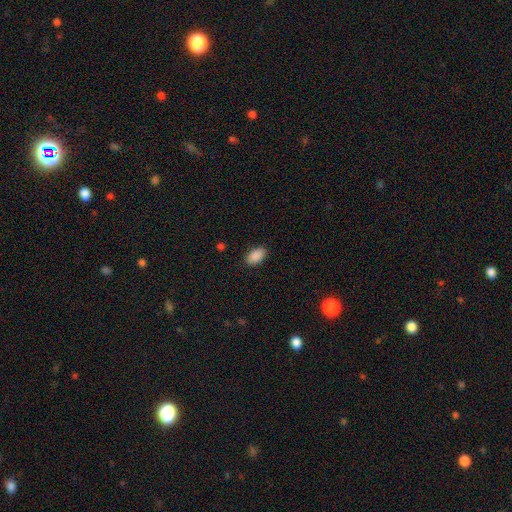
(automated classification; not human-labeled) Q: Smooth or featured?
A: smooth (90%); runner-up: star or artifact (7%)
Q: How rounded?
A: in between (94%); runner-up: round (5%)
Q: Merging?
A: none (88%); runner-up: minor disturbance (8%)